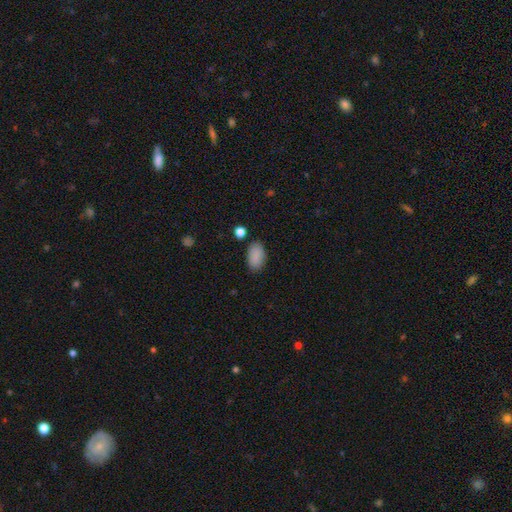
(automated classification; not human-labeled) smooth-or-featured: smooth: 89% | star or artifact: 7% | featured or disk: 4%
  how-rounded: in between: 94% | round: 5% | cigar-shaped: 2%
  merging: none: 85% | minor disturbance: 10% | major disturbance: 3% | merger: 2%